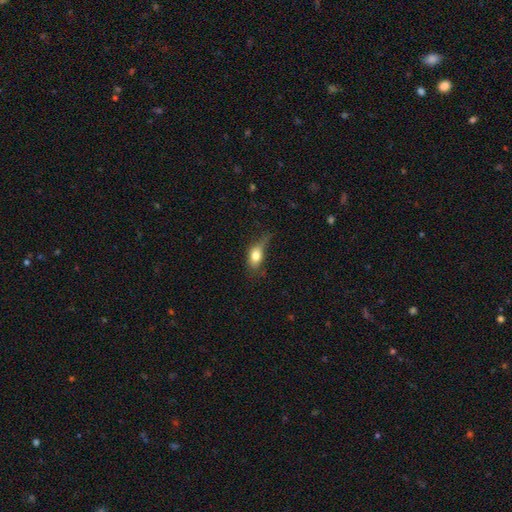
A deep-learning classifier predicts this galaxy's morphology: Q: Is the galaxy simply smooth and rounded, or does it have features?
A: smooth — 74%.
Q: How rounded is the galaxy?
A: in between — 76%.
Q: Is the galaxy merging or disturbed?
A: minor disturbance — 35%.